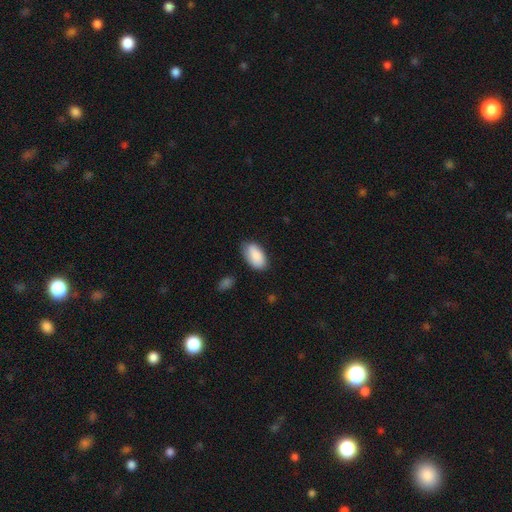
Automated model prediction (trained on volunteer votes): Q: Smooth or featured?
A: smooth (87%); runner-up: featured or disk (7%)
Q: How rounded?
A: in between (95%); runner-up: round (3%)
Q: Merging?
A: none (74%); runner-up: minor disturbance (21%)